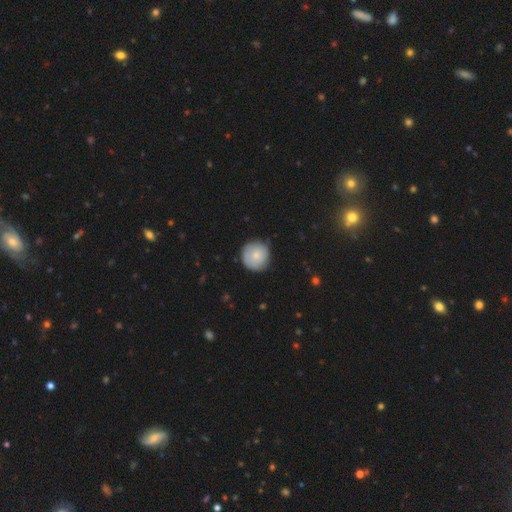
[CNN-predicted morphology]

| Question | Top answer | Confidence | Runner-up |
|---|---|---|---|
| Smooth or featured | smooth | 81% | featured or disk (12%) |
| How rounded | round | 95% | in between (4%) |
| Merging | none | 81% | minor disturbance (15%) |